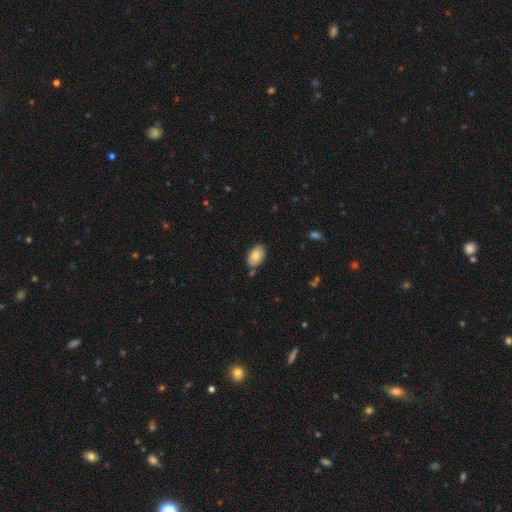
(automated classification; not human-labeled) A smooth galaxy with no disk features (82%) that is in between round and cigar-shaped (92%). Merging: none (78%).